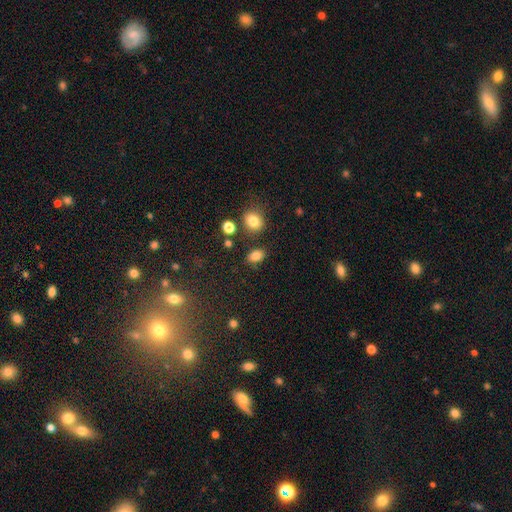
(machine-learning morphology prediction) A smooth galaxy with no disk features (82%) that is in between round and cigar-shaped (74%). Merging: none (78%).